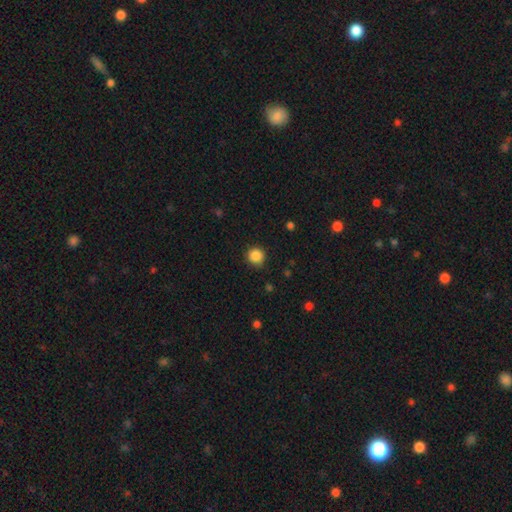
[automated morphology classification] Smooth or featured?
  - smooth: 87% *
  - star or artifact: 10%
  - featured or disk: 3%
How rounded?
  - round: 94% *
  - in between: 5%
  - cigar-shaped: 1%
Merging?
  - none: 89% *
  - minor disturbance: 8%
  - major disturbance: 2%
  - merger: 1%